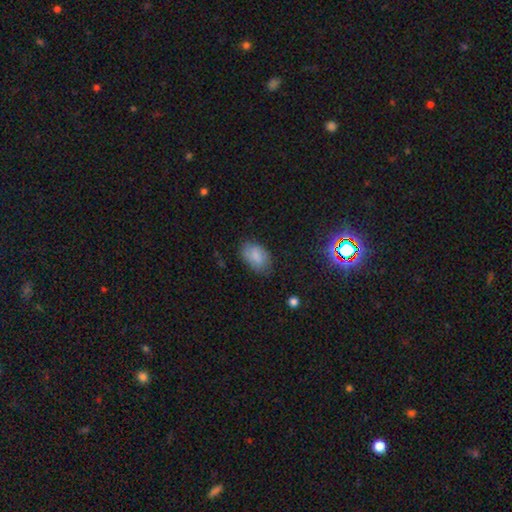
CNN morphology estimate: Overall: smooth (75%). How rounded: in between (90%). Merging: none (68%).